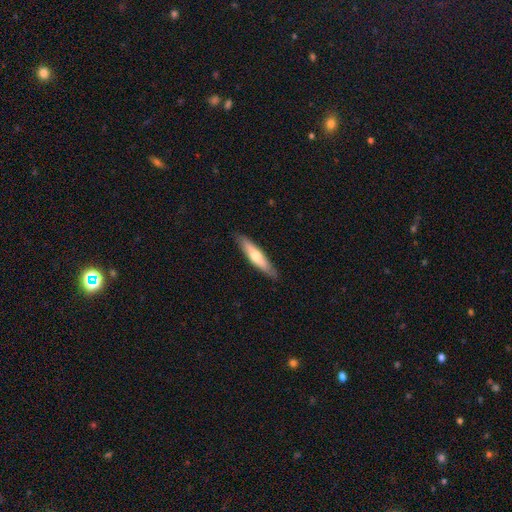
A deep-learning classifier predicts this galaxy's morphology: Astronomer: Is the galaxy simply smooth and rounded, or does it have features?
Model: smooth — 55% (runner-up: featured or disk, 40%).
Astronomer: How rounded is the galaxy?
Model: cigar-shaped — 83%.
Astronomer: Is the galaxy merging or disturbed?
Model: none — 87%.